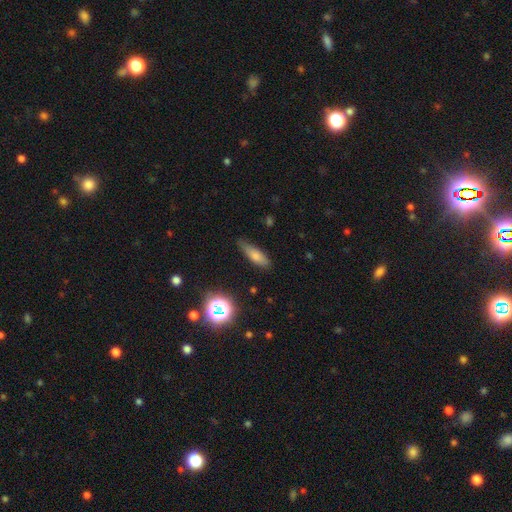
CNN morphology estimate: smooth-or-featured: smooth: 73% | featured or disk: 15% | star or artifact: 11%
  how-rounded: in between: 54% | cigar-shaped: 42% | round: 4%
  merging: none: 68% | minor disturbance: 26% | major disturbance: 5% | merger: 2%